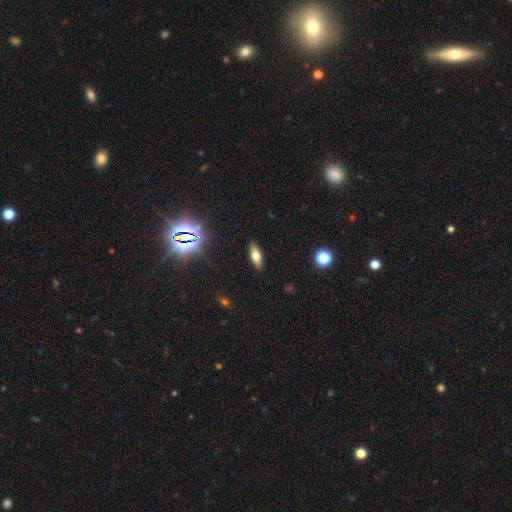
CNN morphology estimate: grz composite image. It shows a smooth galaxy with no disk features (62%) that is in between round and cigar-shaped (62%). Merging: none (89%).